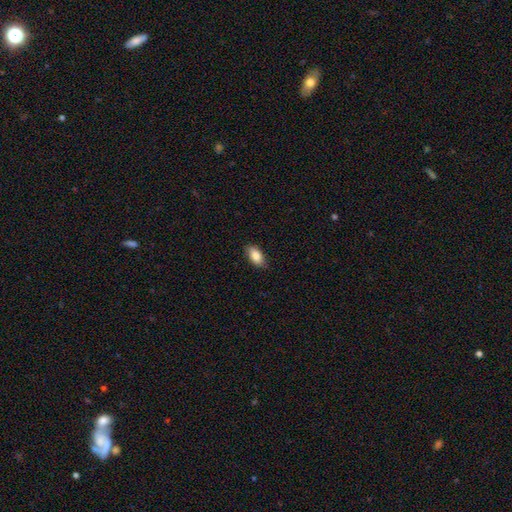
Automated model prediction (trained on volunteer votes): smooth 86%, featured or disk 7%, star or artifact 7%. Down the decision tree: how rounded — in between (92%); merging — none (85%).